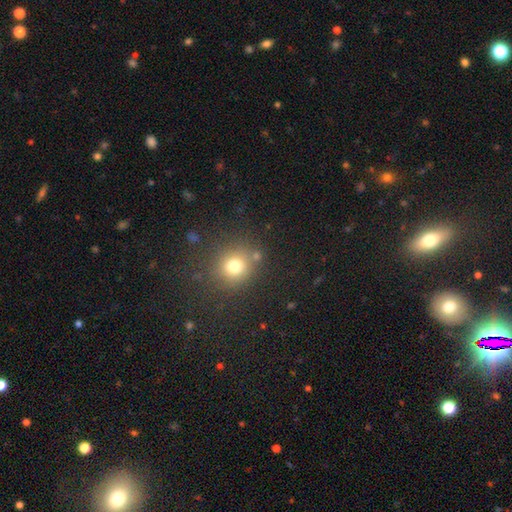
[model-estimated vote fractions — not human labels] This is likely a smooth galaxy (72%). How rounded: clearly round (88%). Merging: clearly none (80%).